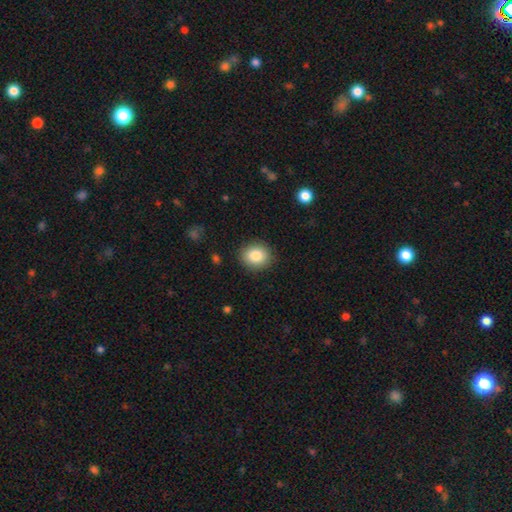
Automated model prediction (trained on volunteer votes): Smooth or featured? Predicted: smooth (p=0.84). How rounded? Predicted: round (p=0.72). Merging? Predicted: none (p=0.89).